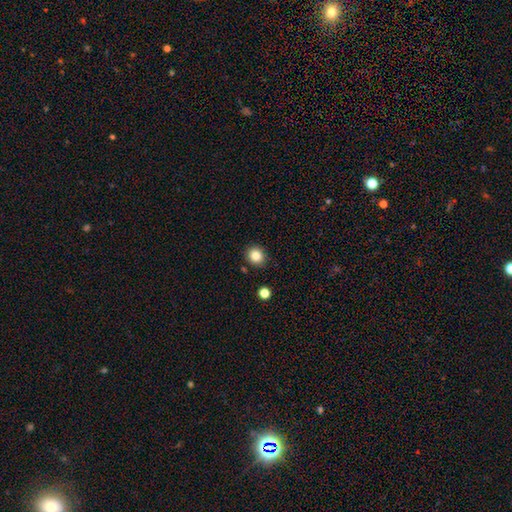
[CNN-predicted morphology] This is clearly a smooth galaxy (84%). How rounded: clearly round (81%). Merging: clearly none (88%).